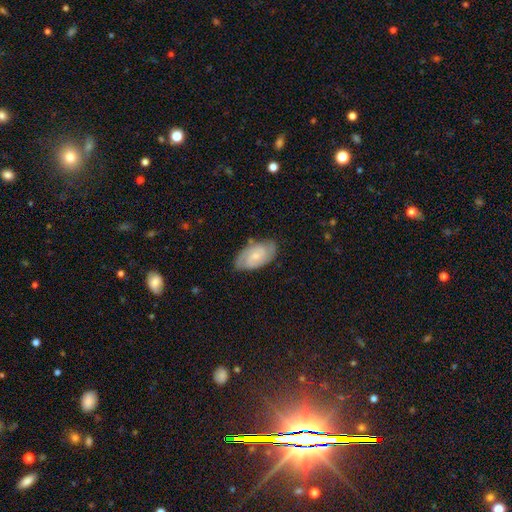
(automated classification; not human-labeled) Morphology: type=featured or disk (68%); edge-on=no (96%); bar=no (53%); spiral arms=yes (93%); winding=tight (50%); arm count=2 (73%); bulge=small (62%); merging=none (76%).